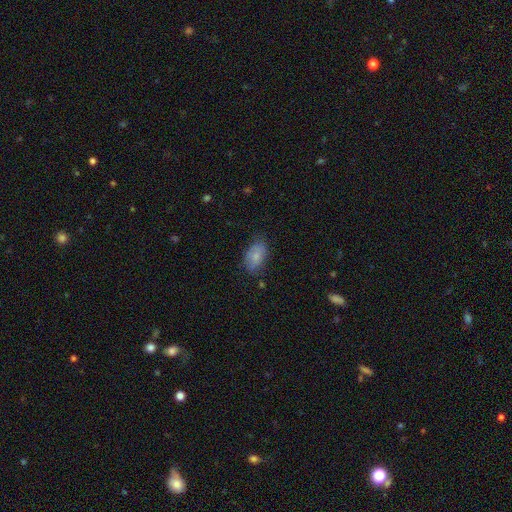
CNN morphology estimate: This appears to be a smooth galaxy with no disk features (77%) that is in between round and cigar-shaped (91%). Merging: none (69%).